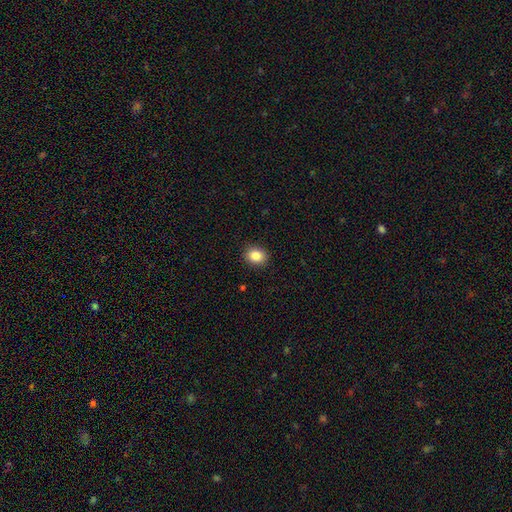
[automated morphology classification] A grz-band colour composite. It shows a smooth galaxy with no disk features (87%) that is round (53%). Merging: none (90%).